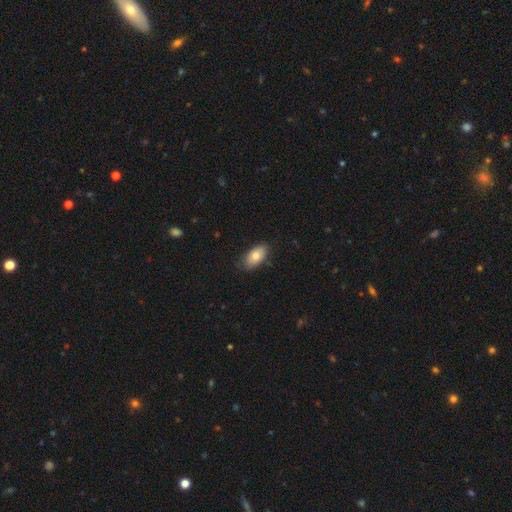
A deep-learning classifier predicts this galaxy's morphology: This is likely a smooth galaxy (78%). How rounded: clearly in between (93%). Merging: likely none (80%).